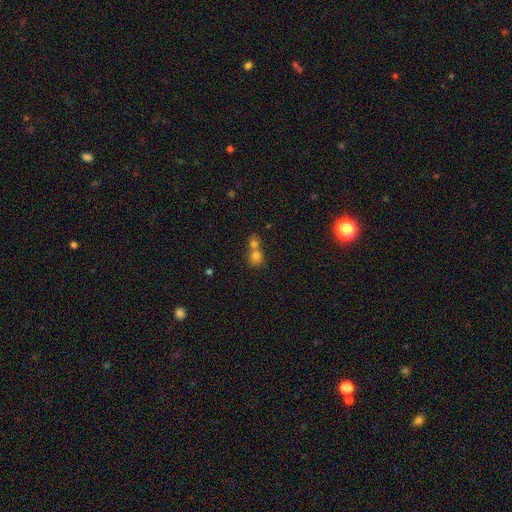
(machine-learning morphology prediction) Smooth or featured?
  - smooth: 75% *
  - star or artifact: 14%
  - featured or disk: 12%
How rounded?
  - round: 75% *
  - in between: 24%
  - cigar-shaped: 1%
Merging?
  - merger: 61% *
  - none: 31%
  - minor disturbance: 6%
  - major disturbance: 3%